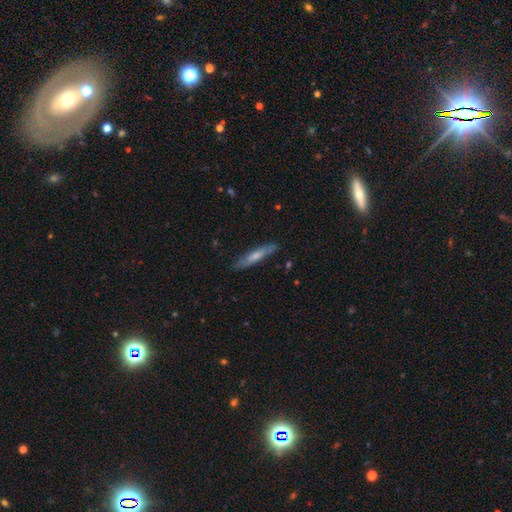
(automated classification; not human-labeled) Smooth or featured?
  - smooth: 57% *
  - featured or disk: 37%
  - star or artifact: 6%
How rounded?
  - cigar-shaped: 88% *
  - in between: 10%
  - round: 1%
Merging?
  - none: 82% *
  - minor disturbance: 14%
  - major disturbance: 3%
  - merger: 1%